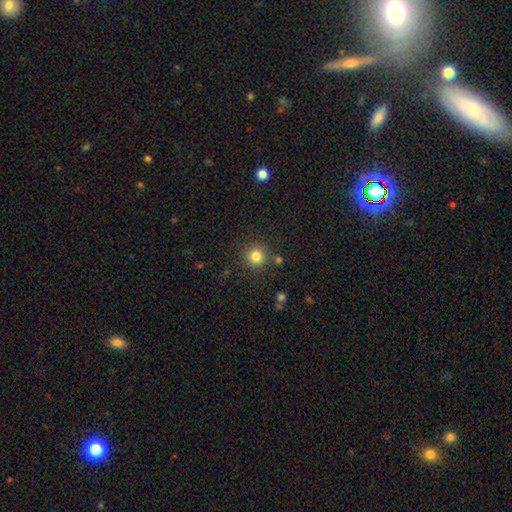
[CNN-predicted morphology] smooth 81%, star or artifact 13%, featured or disk 6%. Down the decision tree: how rounded — round (94%); merging — none (86%).